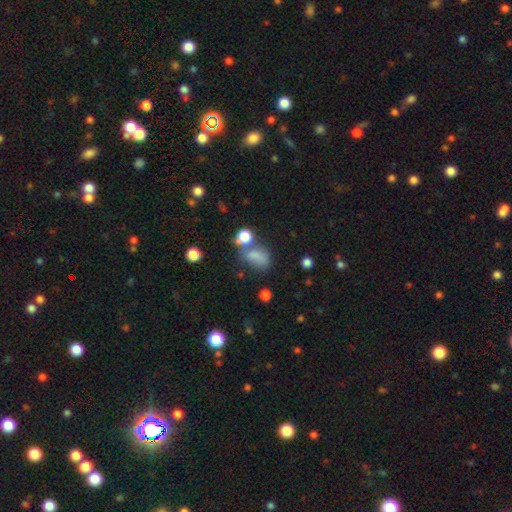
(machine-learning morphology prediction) This is likely a smooth galaxy (71%). How rounded: likely in between (75%). Merging: marginally none (38%).